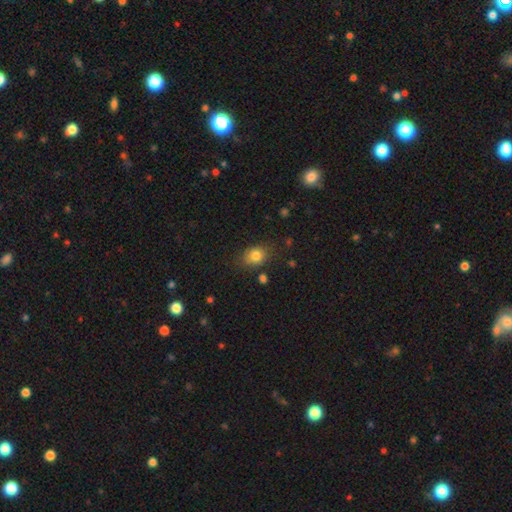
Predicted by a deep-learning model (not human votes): Smooth or featured?
  - smooth: 80% *
  - star or artifact: 11%
  - featured or disk: 9%
How rounded?
  - in between: 55% *
  - round: 44%
  - cigar-shaped: 1%
Merging?
  - none: 77% *
  - minor disturbance: 16%
  - major disturbance: 4%
  - merger: 3%